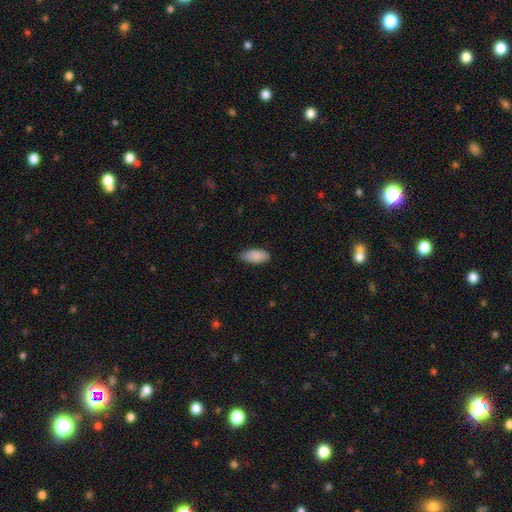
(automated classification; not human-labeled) smooth 88%, star or artifact 6%, featured or disk 5%. Down the decision tree: how rounded — in between (90%); merging — none (78%).